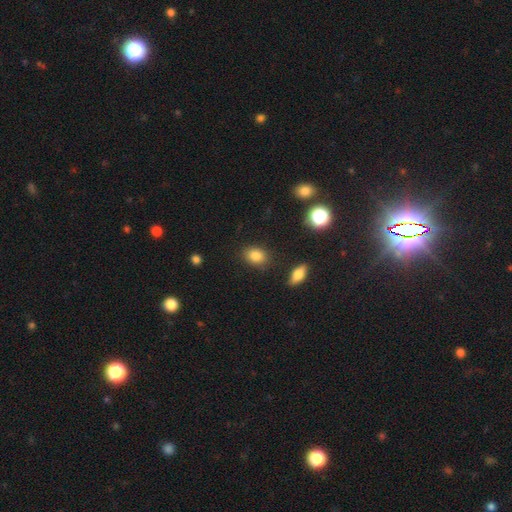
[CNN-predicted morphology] Smooth or featured? Predicted: smooth (p=0.83). How rounded? Predicted: in between (p=0.66). Merging? Predicted: none (p=0.83).